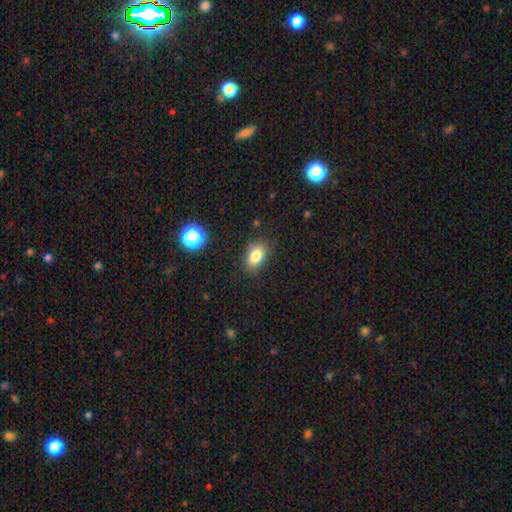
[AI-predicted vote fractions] smooth 83%, star or artifact 10%, featured or disk 7%. Down the decision tree: how rounded — in between (87%); merging — none (85%).